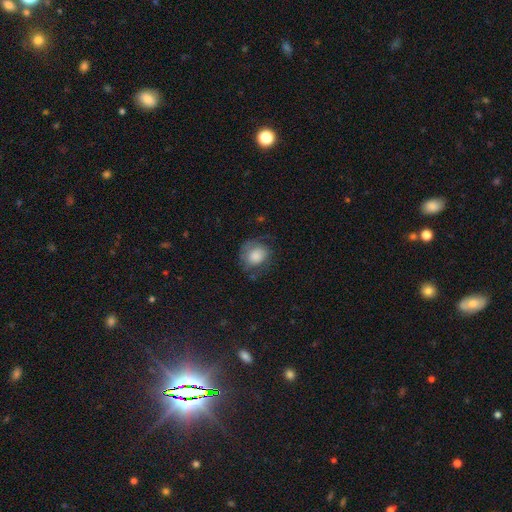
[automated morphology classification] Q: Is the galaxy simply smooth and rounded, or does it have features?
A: smooth — 66%.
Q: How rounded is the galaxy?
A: round — 63%.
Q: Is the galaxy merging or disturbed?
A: none — 54%.